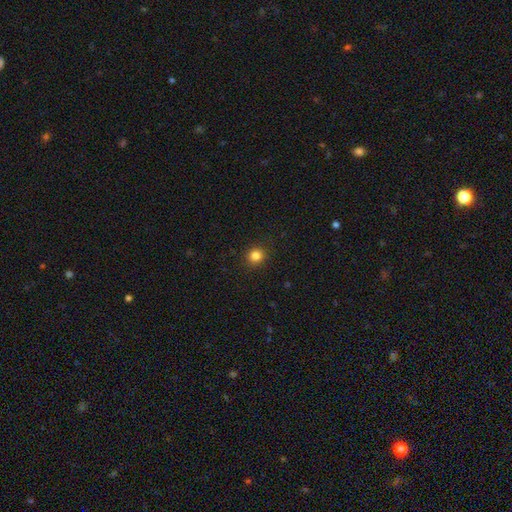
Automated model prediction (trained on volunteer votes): This appears to be a smooth galaxy with no disk features (83%) that is round (89%). Merging: none (91%).